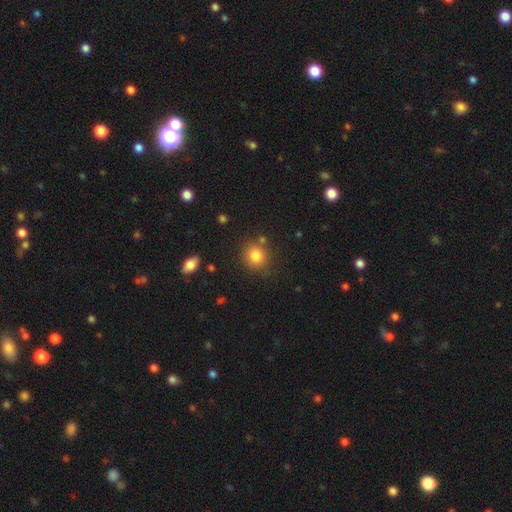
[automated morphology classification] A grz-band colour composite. It shows a smooth galaxy with no disk features (82%) that is round (80%). Merging: none (79%).